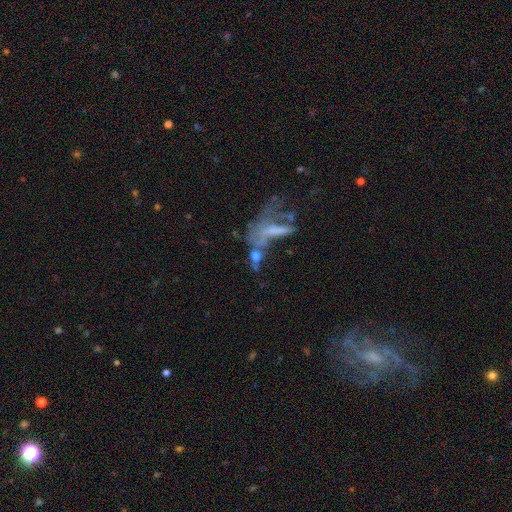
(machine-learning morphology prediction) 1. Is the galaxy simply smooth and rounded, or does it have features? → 50% smooth, 33% featured or disk, 17% star or artifact.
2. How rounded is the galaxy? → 49% in between, 27% cigar-shaped, 24% round.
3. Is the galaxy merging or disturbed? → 42% merger, 24% major disturbance, 23% none, 11% minor disturbance.